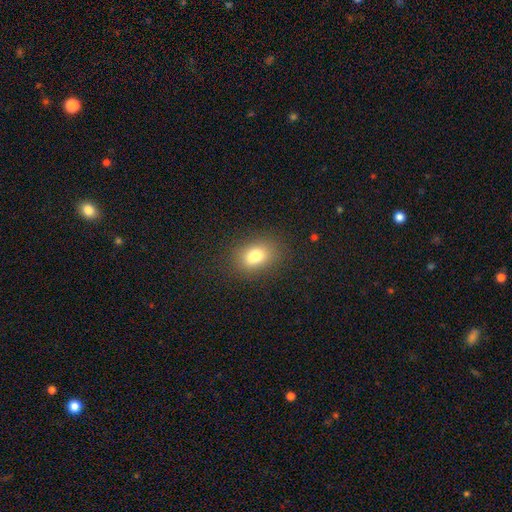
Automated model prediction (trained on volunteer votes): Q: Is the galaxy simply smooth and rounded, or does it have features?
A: smooth — 77%.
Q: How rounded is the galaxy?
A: in between — 72%.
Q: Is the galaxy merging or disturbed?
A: none — 76%.